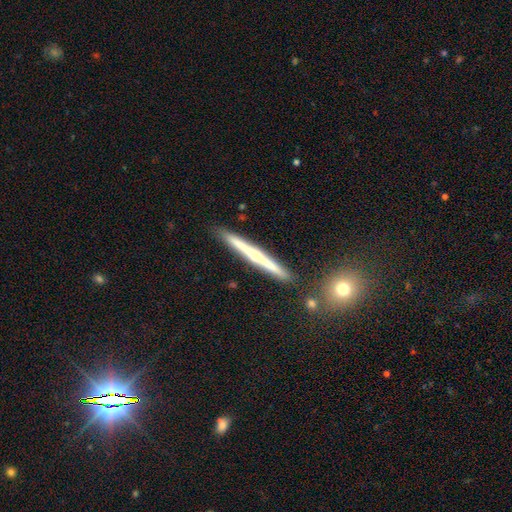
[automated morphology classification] Smooth or featured? featured or disk (65%)
Edge-on disk? yes (97%)
Edge-on bulge? rounded (55%)
Merging? none (89%)